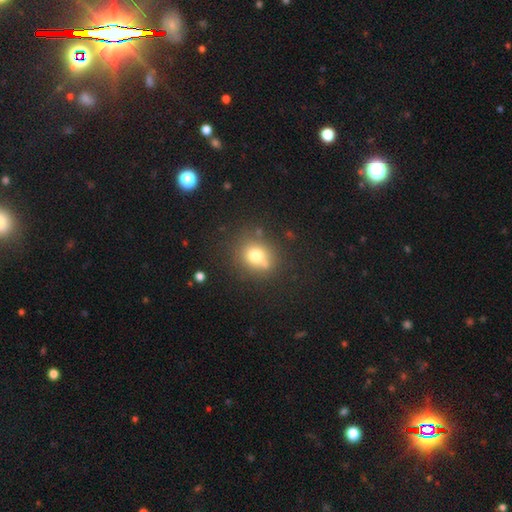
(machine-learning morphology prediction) This appears to be a smooth galaxy with no disk features (73%) that is round (81%). Merging: none (68%).